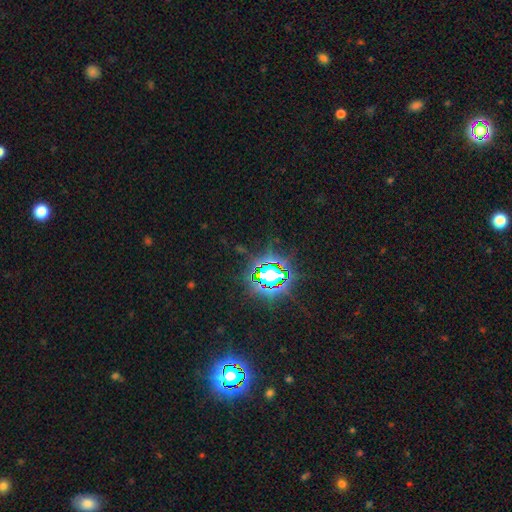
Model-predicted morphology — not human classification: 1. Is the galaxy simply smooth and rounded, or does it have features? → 84% star or artifact, 10% smooth, 6% featured or disk.